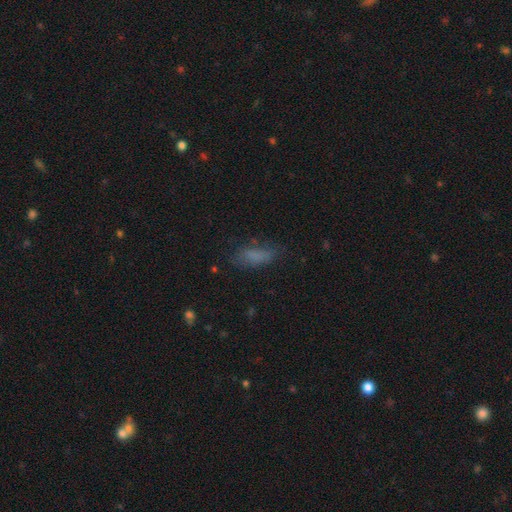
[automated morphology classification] Smooth or featured? smooth (76%)
How rounded? in between (61%)
Merging? none (68%)